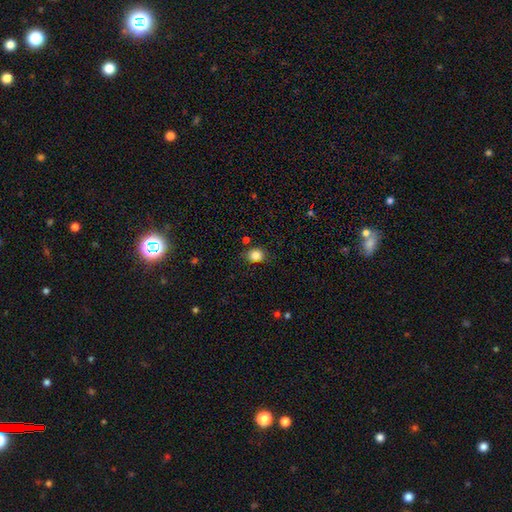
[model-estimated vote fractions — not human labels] Smooth or featured: smooth — 84% (star or artifact — 11%)
How rounded: round — 60% (in between — 39%)
Merging: none — 78% (minor disturbance — 15%)